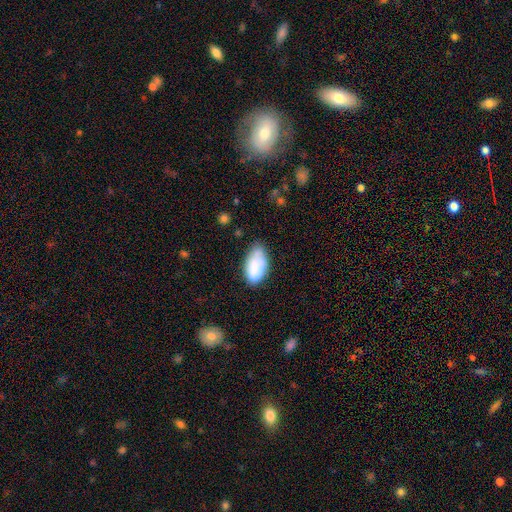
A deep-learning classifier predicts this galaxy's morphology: smooth 78%, featured or disk 14%, star or artifact 8%. Down the decision tree: how rounded — in between (94%); merging — none (46%).